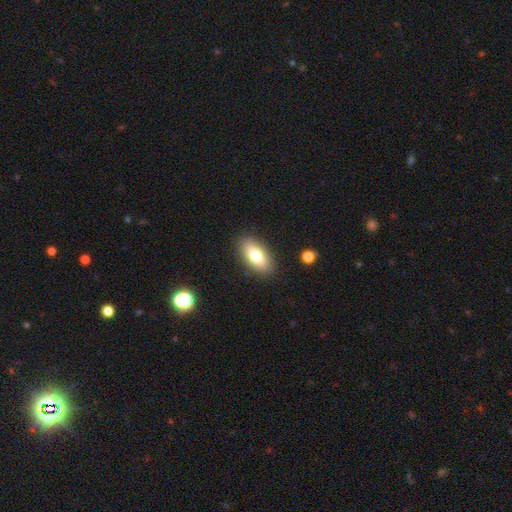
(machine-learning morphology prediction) This is likely a smooth galaxy (74%). How rounded: clearly in between (89%). Merging: clearly none (88%).